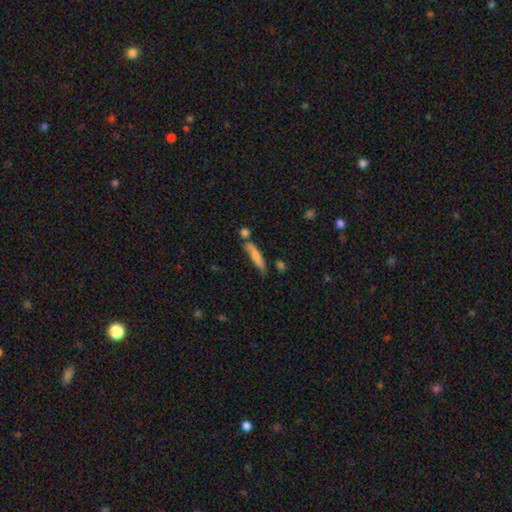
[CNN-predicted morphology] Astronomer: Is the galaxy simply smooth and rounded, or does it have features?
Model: smooth — 70%.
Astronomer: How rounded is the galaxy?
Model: cigar-shaped — 84%.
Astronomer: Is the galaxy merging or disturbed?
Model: none — 60%.